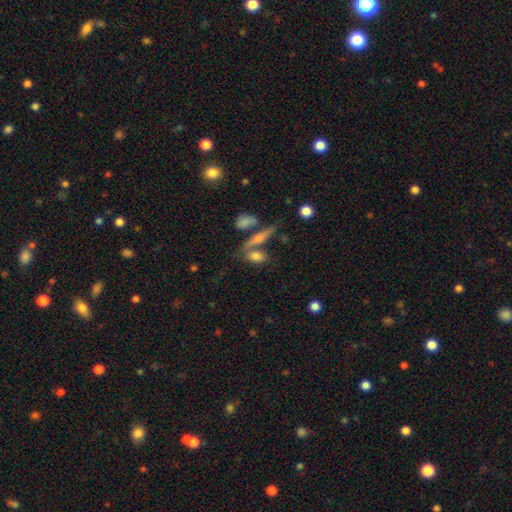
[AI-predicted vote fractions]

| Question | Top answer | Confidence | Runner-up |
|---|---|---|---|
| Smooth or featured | smooth | 45% | featured or disk (33%) |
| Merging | none | 46% | merger (35%) |